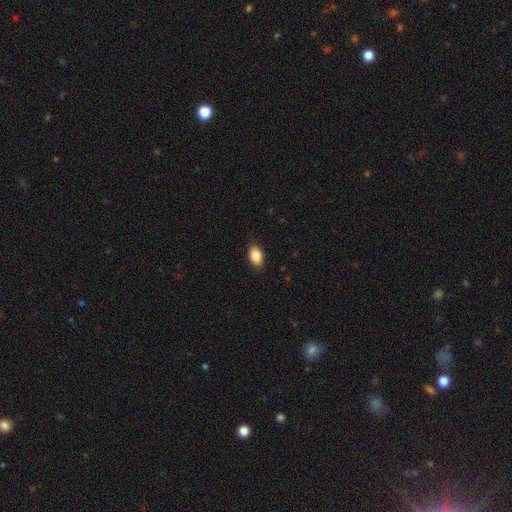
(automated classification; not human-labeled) Q: Smooth or featured?
A: smooth (87%); runner-up: star or artifact (7%)
Q: How rounded?
A: in between (89%); runner-up: round (9%)
Q: Merging?
A: none (88%); runner-up: minor disturbance (9%)